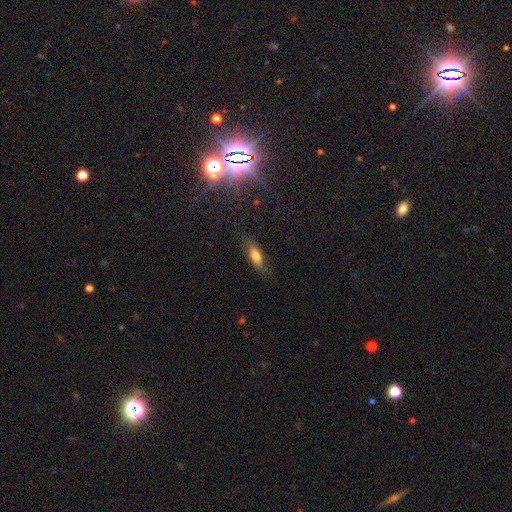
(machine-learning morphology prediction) Smooth or featured? Predicted: smooth (p=0.70). How rounded? Predicted: in between (p=0.58). Merging? Predicted: none (p=0.75).